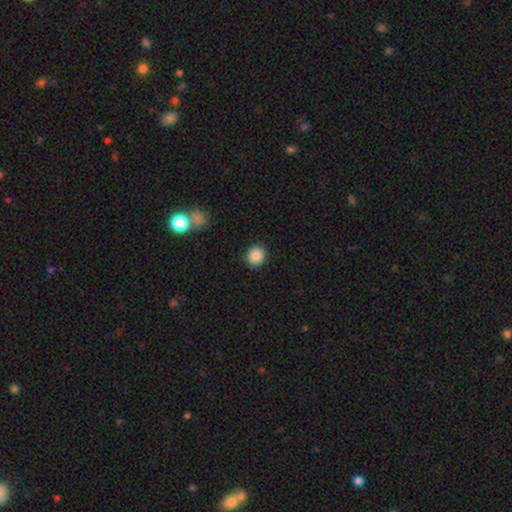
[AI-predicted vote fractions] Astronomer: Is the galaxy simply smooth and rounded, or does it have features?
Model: smooth — 88%.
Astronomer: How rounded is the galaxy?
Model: round — 88%.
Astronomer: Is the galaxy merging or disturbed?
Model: none — 90%.